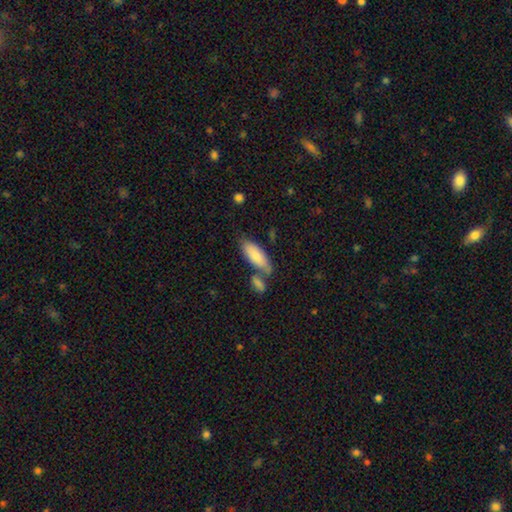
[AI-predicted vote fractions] smooth 82%, featured or disk 12%, star or artifact 6%. Down the decision tree: how rounded — in between (76%); merging — none (54%).